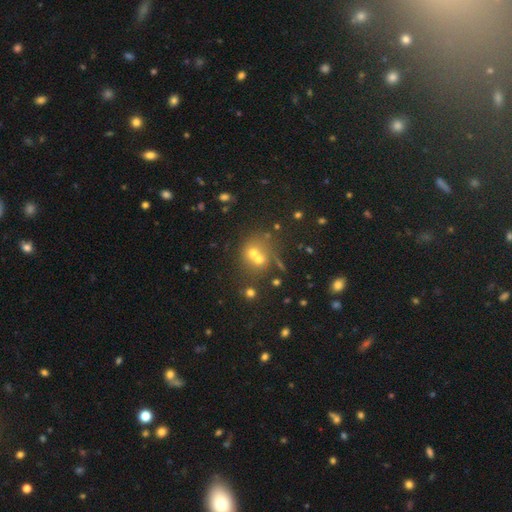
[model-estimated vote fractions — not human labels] Smooth or featured: smooth — 58% (featured or disk — 21%)
How rounded: round — 76% (in between — 23%)
Merging: merger — 53% (none — 36%)